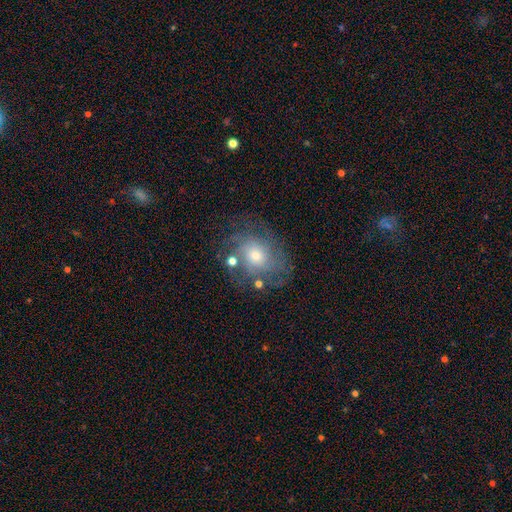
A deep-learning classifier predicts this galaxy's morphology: A featured or disk galaxy (65%) with no bar (81%), tight (56%) spiral arms (82%) and a moderate central bulge (47%). Merging: none (66%).